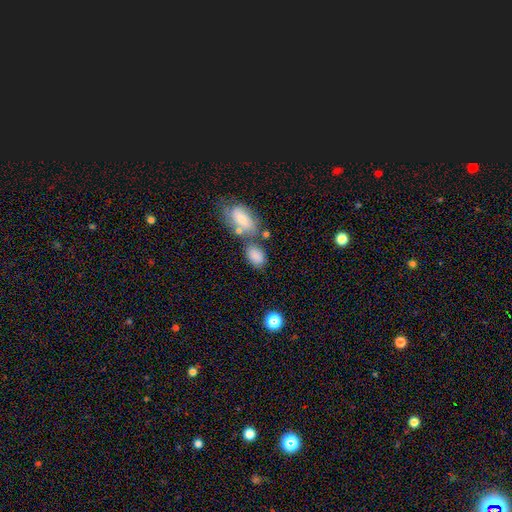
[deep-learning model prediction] Smooth or featured: smooth — 83% (featured or disk — 9%)
How rounded: in between — 86% (round — 12%)
Merging: none — 48% (merger — 29%)